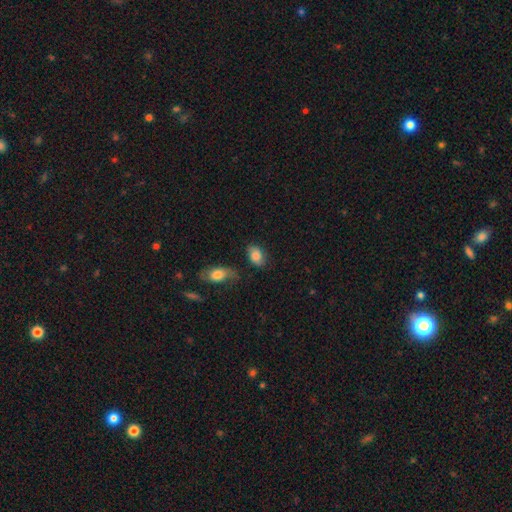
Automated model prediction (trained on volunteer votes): Q: Smooth or featured?
A: smooth (81%); runner-up: featured or disk (11%)
Q: How rounded?
A: in between (87%); runner-up: round (12%)
Q: Merging?
A: none (69%); runner-up: minor disturbance (20%)